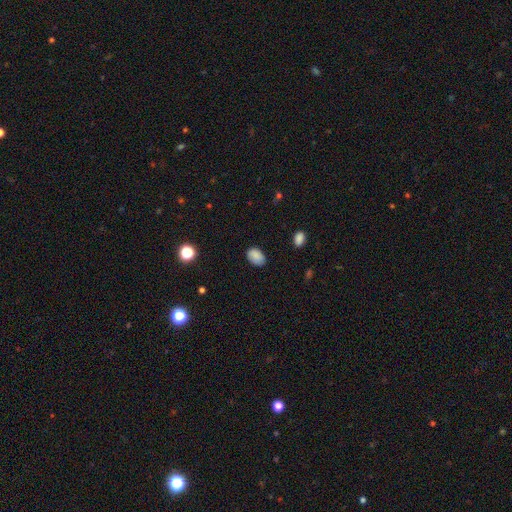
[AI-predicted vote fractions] A smooth galaxy with no disk features (85%) that is in between round and cigar-shaped (84%). Merging: none (79%).